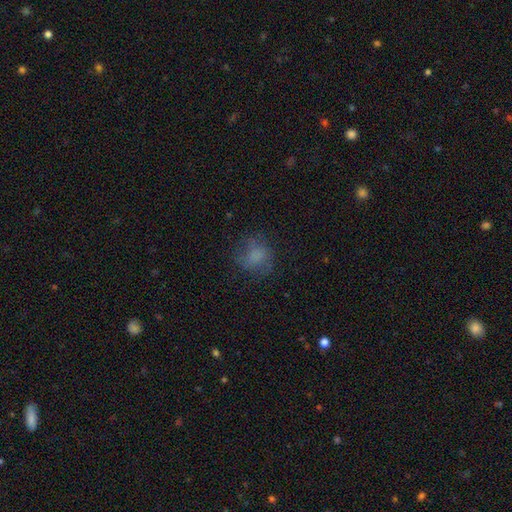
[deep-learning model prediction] Overall: smooth (68%). How rounded: round (76%). Merging: none (66%).